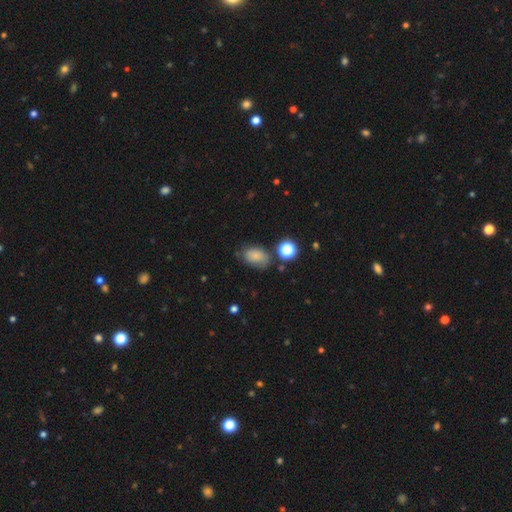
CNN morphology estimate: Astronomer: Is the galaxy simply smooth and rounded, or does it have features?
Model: smooth — 81%.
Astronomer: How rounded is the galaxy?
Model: in between — 84%.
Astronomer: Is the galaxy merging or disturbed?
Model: none — 63%.